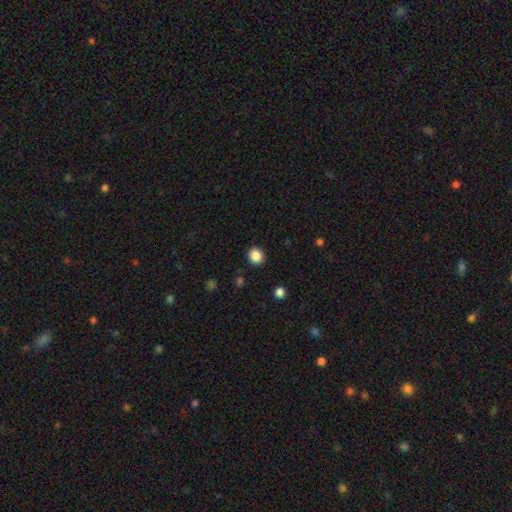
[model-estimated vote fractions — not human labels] Smooth or featured?
  - smooth: 87% *
  - star or artifact: 10%
  - featured or disk: 3%
How rounded?
  - round: 86% *
  - in between: 13%
  - cigar-shaped: 1%
Merging?
  - none: 91% *
  - minor disturbance: 6%
  - major disturbance: 2%
  - merger: 1%